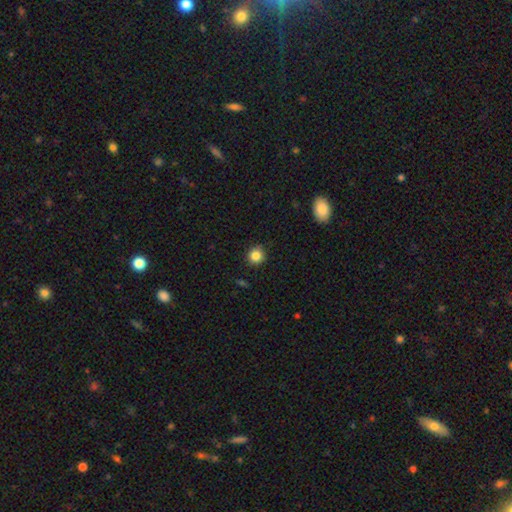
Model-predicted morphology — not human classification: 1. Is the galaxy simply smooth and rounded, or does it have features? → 84% smooth, 11% star or artifact, 5% featured or disk.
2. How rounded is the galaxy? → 92% round, 7% in between, 1% cigar-shaped.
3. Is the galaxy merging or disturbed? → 89% none, 8% minor disturbance, 2% major disturbance, 1% merger.